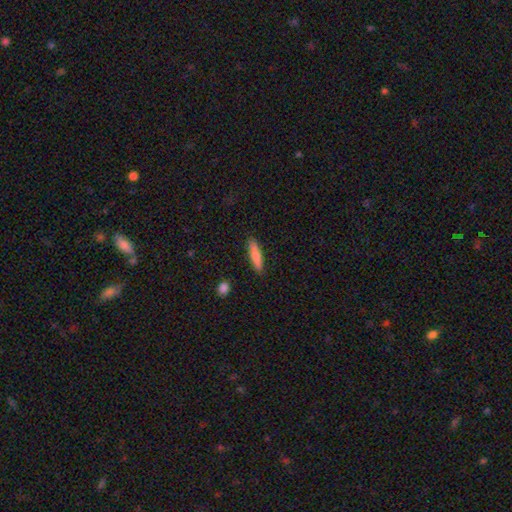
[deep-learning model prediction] smooth-or-featured: smooth: 81% | featured or disk: 13% | star or artifact: 6%
  how-rounded: cigar-shaped: 83% | in between: 16% | round: 2%
  merging: none: 89% | minor disturbance: 8% | major disturbance: 2% | merger: 1%